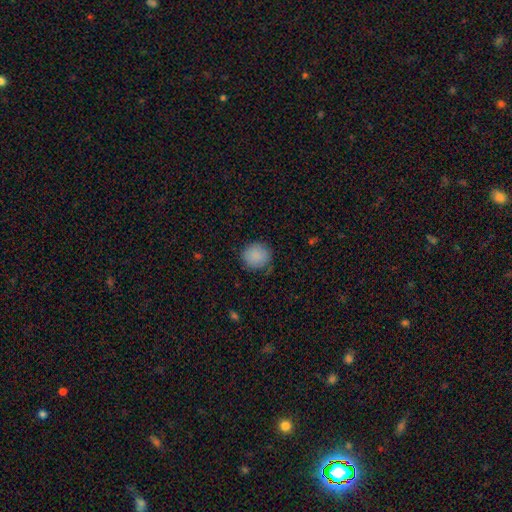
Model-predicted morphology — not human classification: The model was most divided on "merging": none: 81%, minor disturbance: 14%, major disturbance: 3%, merger: 1%. More confident: smooth or featured — smooth (88%); how rounded — round (87%).